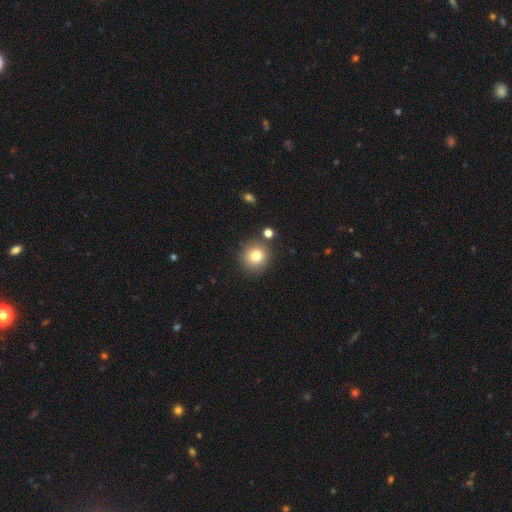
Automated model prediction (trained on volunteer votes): smooth-or-featured: smooth: 80% | star or artifact: 12% | featured or disk: 9%
  how-rounded: round: 91% | in between: 8% | cigar-shaped: 1%
  merging: none: 83% | minor disturbance: 8% | merger: 6% | major disturbance: 3%